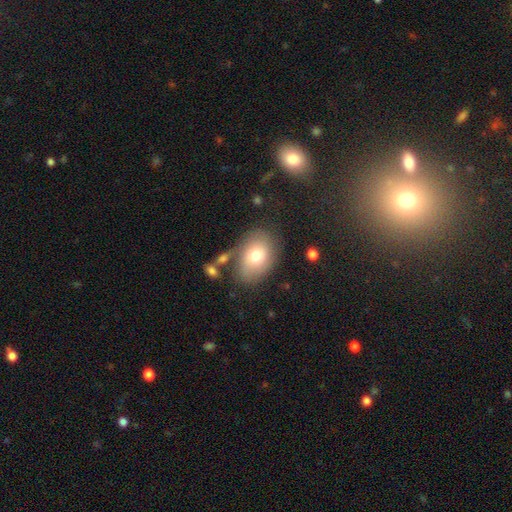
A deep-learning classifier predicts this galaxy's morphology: Overall: smooth (70%). How rounded: in between (76%). Merging: none (68%).